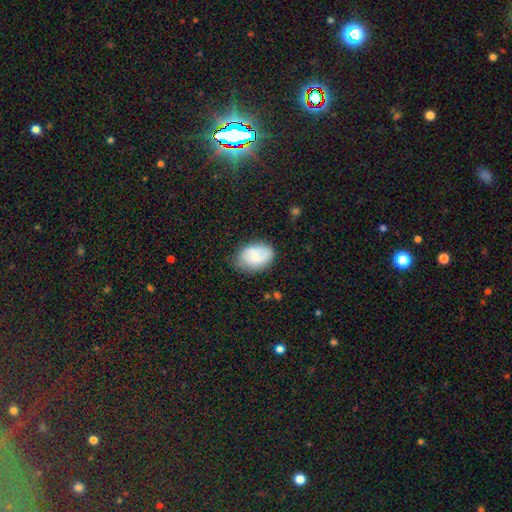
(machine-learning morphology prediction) A smooth galaxy with no disk features (71%) that is in between round and cigar-shaped (80%).

Vote fractions:
- Smooth or featured? smooth: 71% / featured or disk: 21% / star or artifact: 8%
- How rounded? in between: 80% / round: 19% / cigar-shaped: 1%
- Merging? none: 67% / minor disturbance: 25% / major disturbance: 6% / merger: 2%